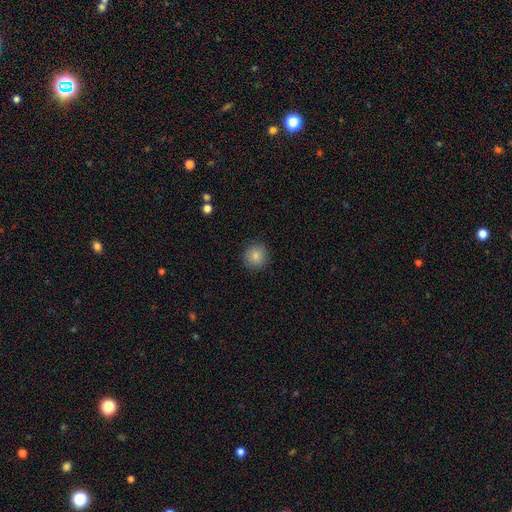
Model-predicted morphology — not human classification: Smooth or featured: smooth — 84% (star or artifact — 9%)
How rounded: round — 92% (in between — 7%)
Merging: none — 90% (minor disturbance — 7%)